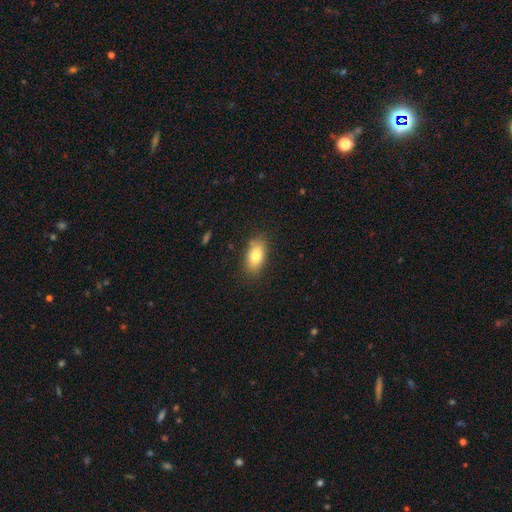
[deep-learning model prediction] A smooth galaxy with no disk features (79%) that is in between round and cigar-shaped (89%). Merging: none (83%).